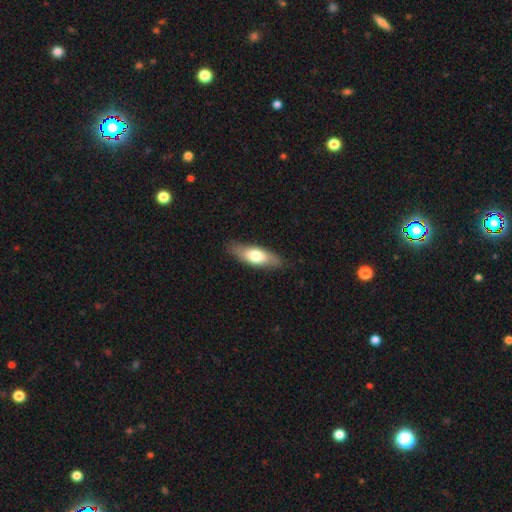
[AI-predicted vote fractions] A smooth galaxy with no disk features (65%) that is in between round and cigar-shaped (62%).

Vote fractions:
- Smooth or featured? smooth: 65% / featured or disk: 29% / star or artifact: 6%
- How rounded? in between: 62% / cigar-shaped: 35% / round: 3%
- Merging? none: 82% / minor disturbance: 14% / major disturbance: 3% / merger: 1%